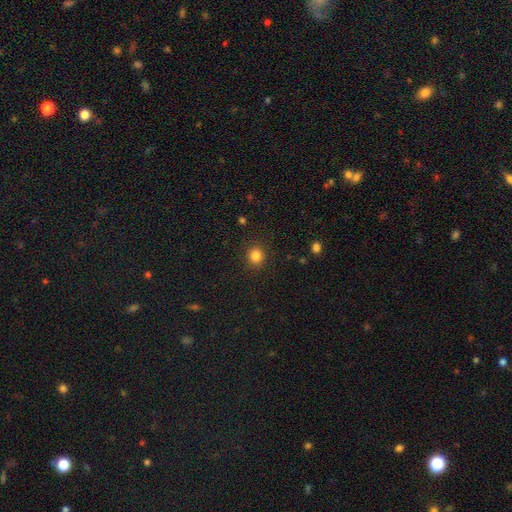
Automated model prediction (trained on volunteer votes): This is clearly a smooth galaxy (84%). How rounded: clearly round (85%). Merging: clearly none (90%).